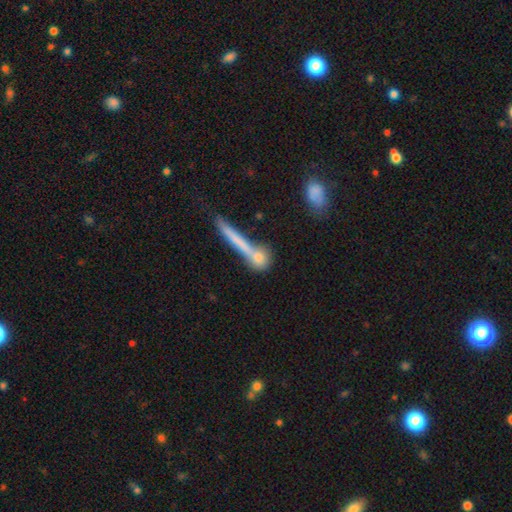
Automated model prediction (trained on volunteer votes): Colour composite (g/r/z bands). It shows a smooth galaxy with no disk features (70%) that is round (47%). Merging: none (55%).